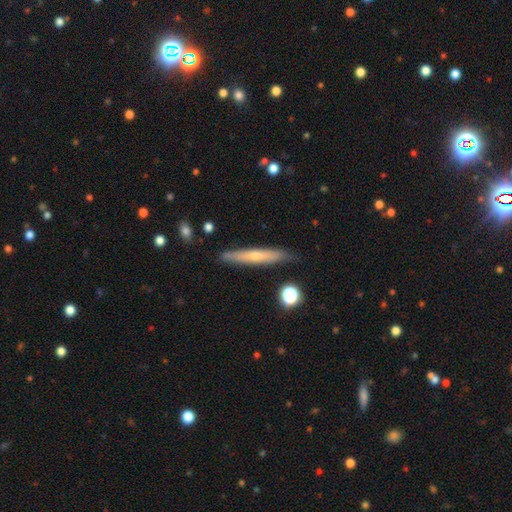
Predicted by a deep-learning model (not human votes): This appears to be a smooth galaxy with no disk features (47%). Merging: none (87%).